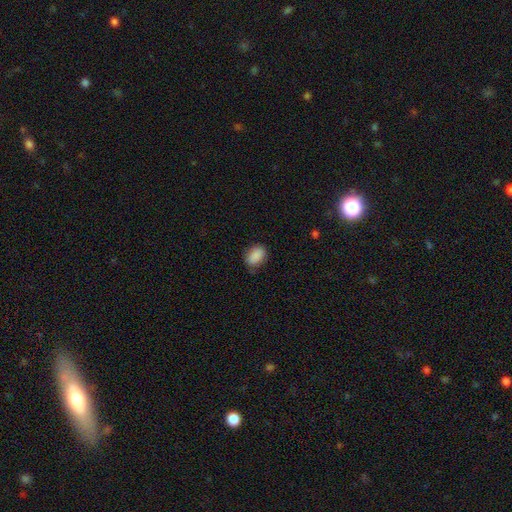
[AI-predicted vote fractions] Q: Smooth or featured?
A: smooth (88%); runner-up: star or artifact (8%)
Q: How rounded?
A: in between (83%); runner-up: round (15%)
Q: Merging?
A: none (76%); runner-up: minor disturbance (19%)